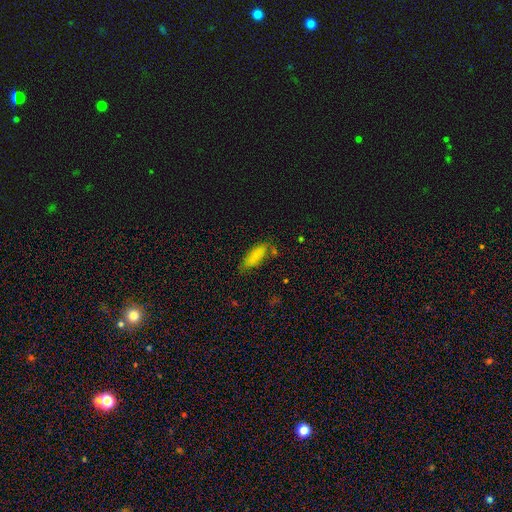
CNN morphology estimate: This is likely a smooth galaxy (78%). How rounded: likely in between (69%). Merging: likely none (66%).